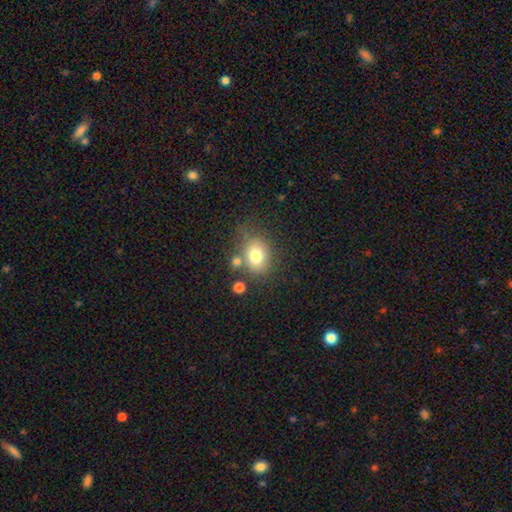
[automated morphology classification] The model was most divided on "how rounded": in between: 54%, round: 45%, cigar-shaped: 1%. More confident: smooth or featured — smooth (77%); merging — none (62%).